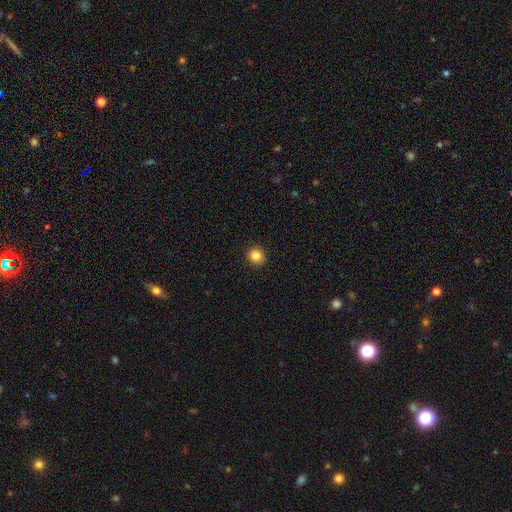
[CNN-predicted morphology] type=smooth (85%); roundness=round (88%); merging=none (92%).